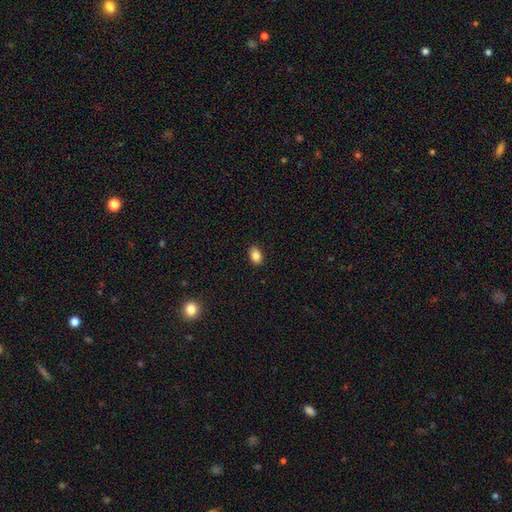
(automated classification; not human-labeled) A smooth galaxy with no disk features (87%) that is in between round and cigar-shaped (86%).

Vote fractions:
- Smooth or featured? smooth: 87% / star or artifact: 9% / featured or disk: 4%
- How rounded? in between: 86% / round: 13% / cigar-shaped: 1%
- Merging? none: 89% / minor disturbance: 8% / major disturbance: 2% / merger: 1%